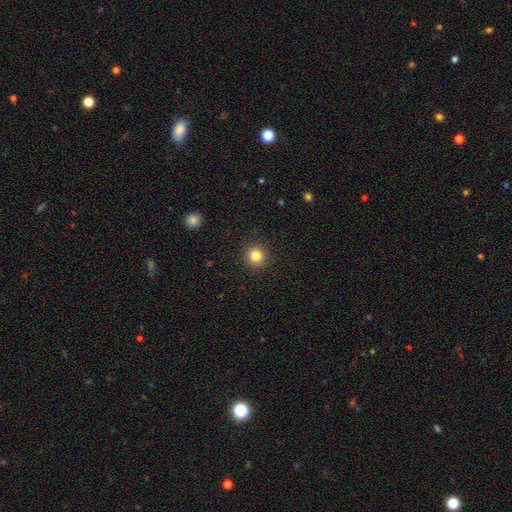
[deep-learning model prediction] This is clearly a smooth galaxy (84%). How rounded: clearly round (94%). Merging: clearly none (92%).